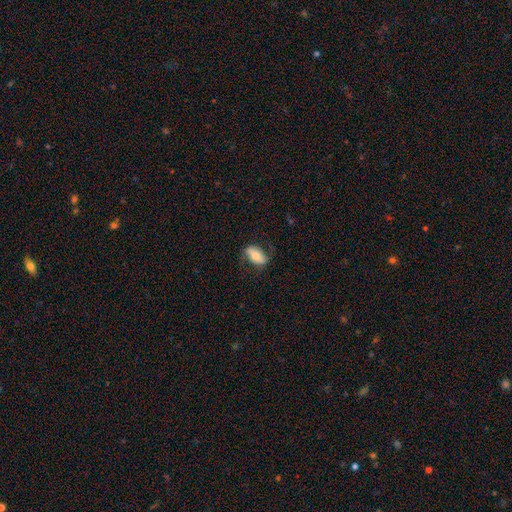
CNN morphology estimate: Q: Smooth or featured?
A: smooth (61%); runner-up: featured or disk (32%)
Q: How rounded?
A: in between (88%); runner-up: cigar-shaped (7%)
Q: Merging?
A: none (71%); runner-up: minor disturbance (20%)